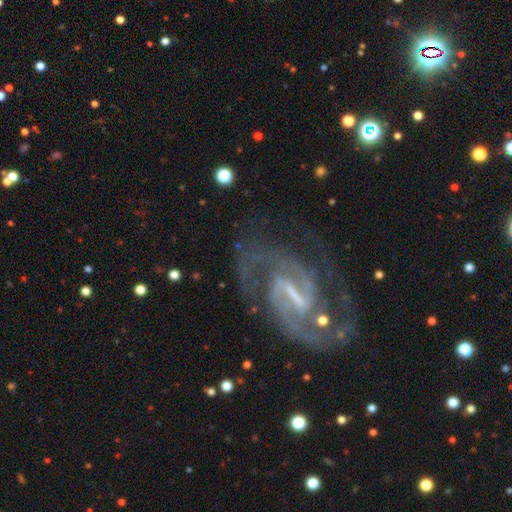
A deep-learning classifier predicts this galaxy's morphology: Smooth or featured? featured or disk (91%)
Edge-on disk? no (98%)
Bar? strong (50%)
Spiral arms? yes (98%)
Spiral winding? medium (55%)
Spiral arm count? 2 (84%)
Bulge size? small (45%)
Merging? none (73%)